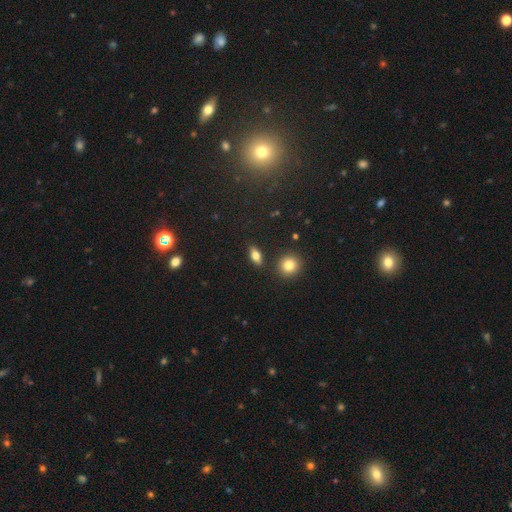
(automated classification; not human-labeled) A smooth galaxy with no disk features (74%) that is in between round and cigar-shaped (80%).

Vote fractions:
- Smooth or featured? smooth: 74% / featured or disk: 16% / star or artifact: 10%
- How rounded? in between: 80% / cigar-shaped: 11% / round: 9%
- Merging? none: 85% / minor disturbance: 9% / merger: 4% / major disturbance: 2%